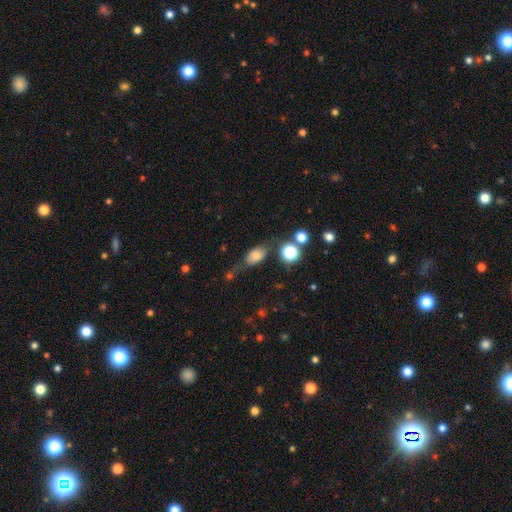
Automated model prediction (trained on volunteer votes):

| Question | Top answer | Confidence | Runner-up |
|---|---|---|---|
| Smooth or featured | smooth | 71% | featured or disk (17%) |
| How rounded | in between | 77% | round (17%) |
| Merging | none | 50% | minor disturbance (24%) |